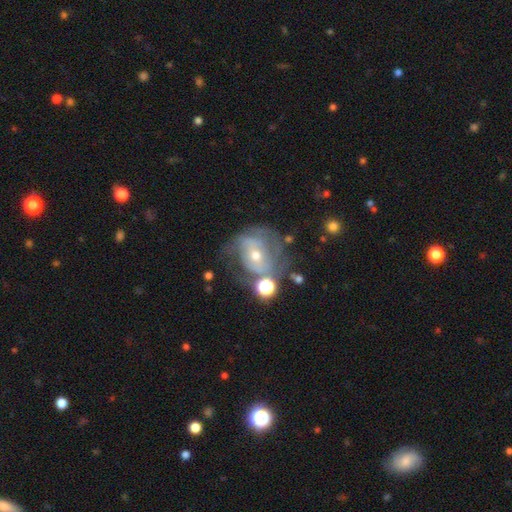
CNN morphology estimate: The model was most divided on "bulge size" (2-way tie): small: 48%, moderate: 48%, large: 2%, none: 1%, dominant: 1%. Remaining: edge-on disk — no (96%); spiral arms — yes (73%); smooth or featured — featured or disk (71%); bar — no (50%); merging — none (48%); spiral winding — tight (47%); spiral arm count — can't tell (39%).